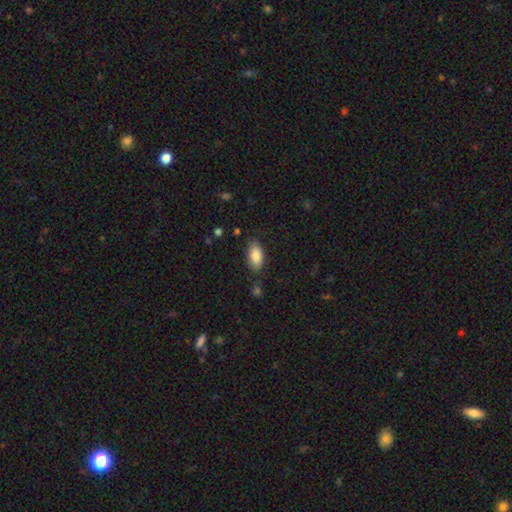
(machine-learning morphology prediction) This is clearly a smooth galaxy (86%). How rounded: clearly in between (91%). Merging: clearly none (80%).